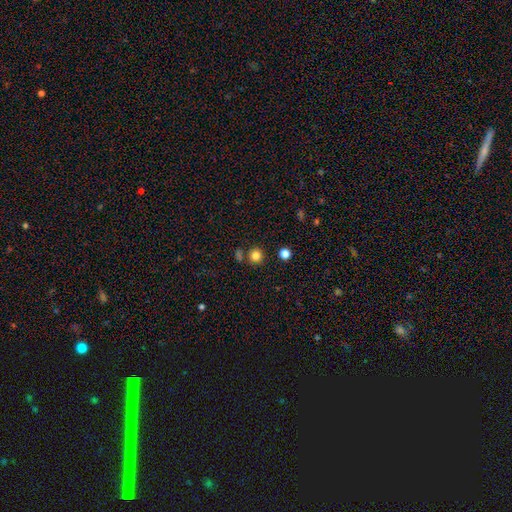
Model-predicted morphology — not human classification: Smooth or featured?
  - smooth: 82% *
  - star or artifact: 13%
  - featured or disk: 5%
How rounded?
  - round: 92% *
  - in between: 7%
  - cigar-shaped: 1%
Merging?
  - none: 82% *
  - merger: 8%
  - minor disturbance: 7%
  - major disturbance: 3%